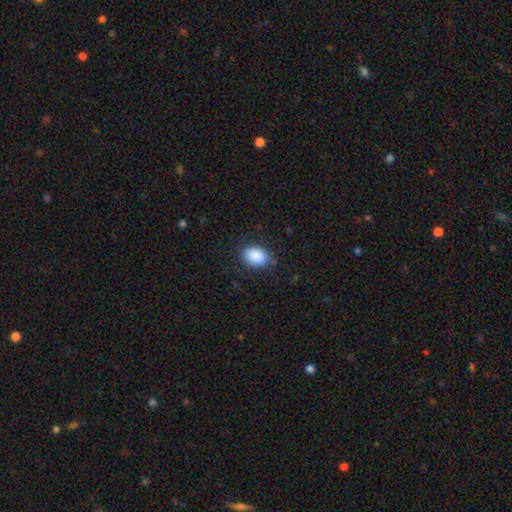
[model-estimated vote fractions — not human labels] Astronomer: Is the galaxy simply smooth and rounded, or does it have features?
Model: smooth — 89%.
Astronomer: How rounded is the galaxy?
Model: in between — 82%.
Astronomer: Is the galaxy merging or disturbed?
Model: none — 78%.